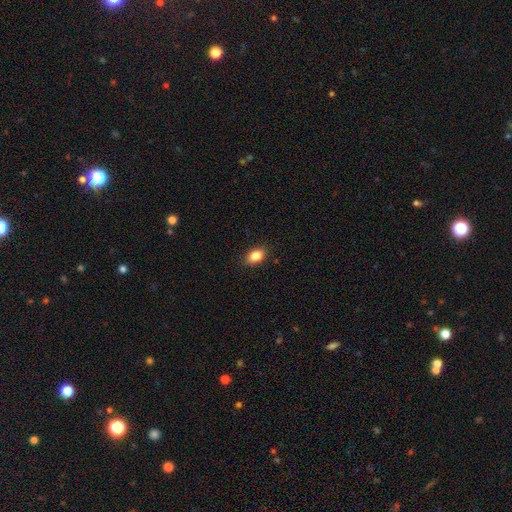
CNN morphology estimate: Smooth or featured? Predicted: smooth (p=0.87). How rounded? Predicted: in between (p=0.87). Merging? Predicted: none (p=0.86).